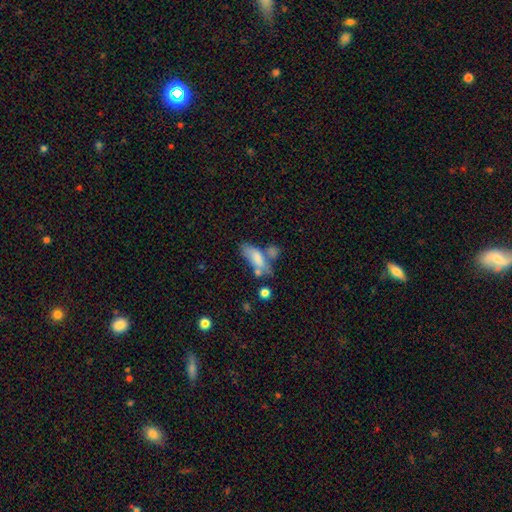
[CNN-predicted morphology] Smooth or featured? Predicted: smooth (p=0.64). How rounded? Predicted: in between (p=0.69). Merging? Predicted: merger (p=0.34).